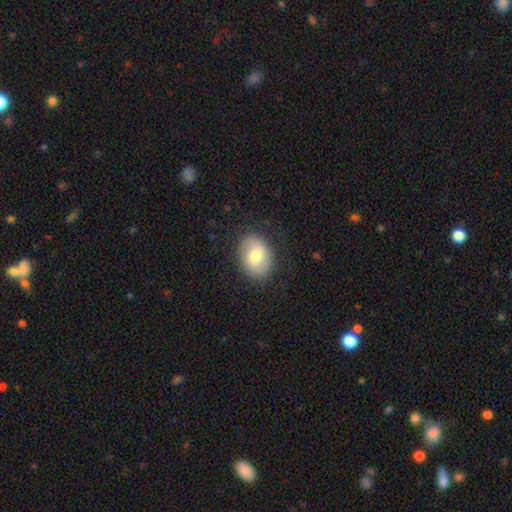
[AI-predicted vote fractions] Q: Smooth or featured?
A: smooth (62%); runner-up: featured or disk (30%)
Q: How rounded?
A: in between (63%); runner-up: round (36%)
Q: Merging?
A: none (84%); runner-up: minor disturbance (12%)